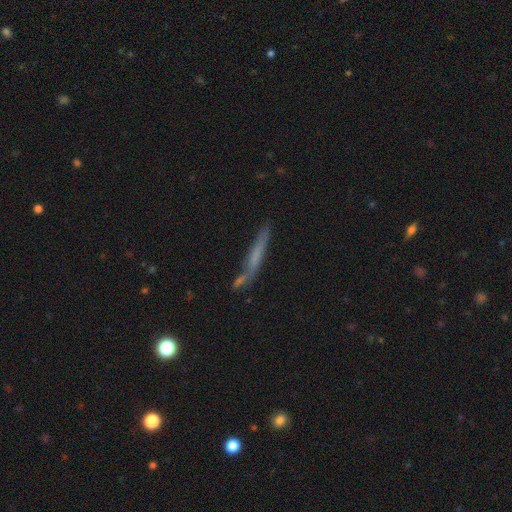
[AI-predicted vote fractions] Smooth or featured?
  - smooth: 48% *
  - featured or disk: 43%
  - star or artifact: 9%
Merging?
  - none: 65% *
  - minor disturbance: 18%
  - merger: 11%
  - major disturbance: 6%